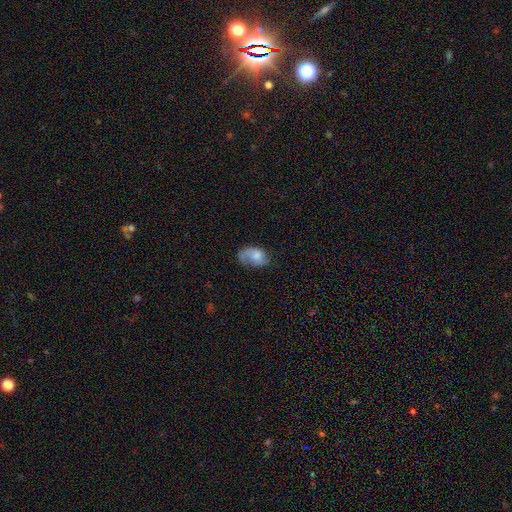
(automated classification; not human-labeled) smooth_or_featured: smooth (p=0.59) [alt: featured or disk p=0.33]
how_rounded: in between (p=0.86) [alt: round p=0.13]
merging: none (p=0.45) [alt: minor disturbance p=0.31]